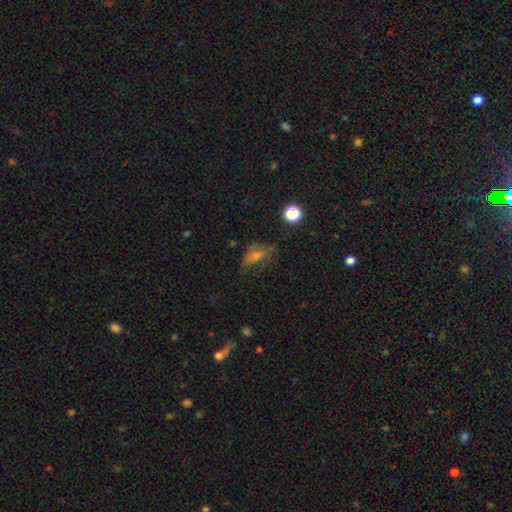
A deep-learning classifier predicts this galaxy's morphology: A smooth galaxy with no disk features (46%).

Vote fractions:
- Smooth or featured? smooth: 46% / star or artifact: 28% / featured or disk: 26%
- Merging? none: 53% / minor disturbance: 25% / major disturbance: 19% / merger: 3%